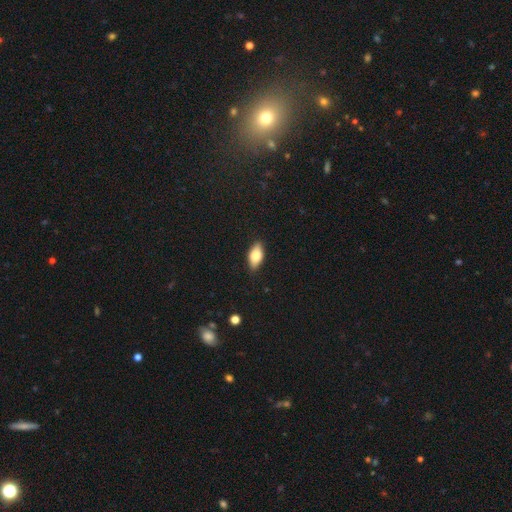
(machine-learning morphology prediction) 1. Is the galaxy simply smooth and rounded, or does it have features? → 77% smooth, 16% featured or disk, 7% star or artifact.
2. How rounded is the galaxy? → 88% in between, 7% cigar-shaped, 4% round.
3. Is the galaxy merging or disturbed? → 84% none, 12% minor disturbance, 2% major disturbance, 1% merger.